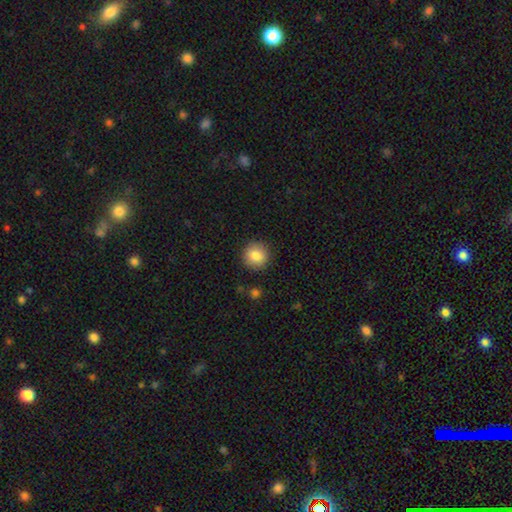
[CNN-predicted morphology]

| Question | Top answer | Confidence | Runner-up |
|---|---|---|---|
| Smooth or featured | smooth | 84% | star or artifact (9%) |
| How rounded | round | 93% | in between (6%) |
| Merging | none | 90% | minor disturbance (7%) |